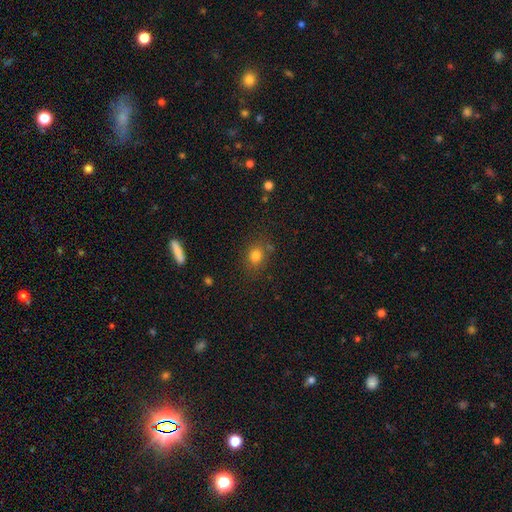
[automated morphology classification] Smooth or featured?
  - smooth: 78% *
  - star or artifact: 14%
  - featured or disk: 8%
How rounded?
  - round: 62% *
  - in between: 37%
  - cigar-shaped: 1%
Merging?
  - none: 77% *
  - minor disturbance: 13%
  - major disturbance: 5%
  - merger: 5%